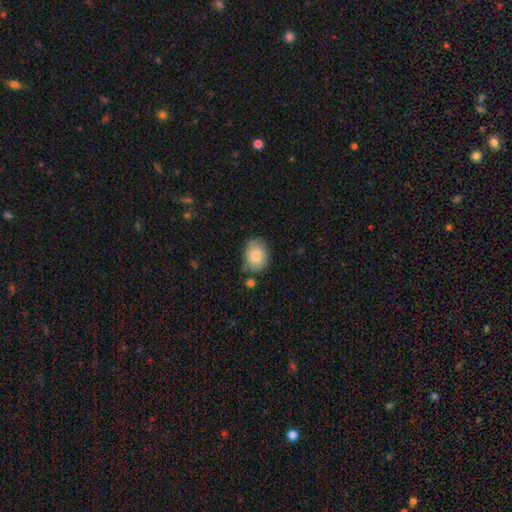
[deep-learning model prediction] smooth 83%, featured or disk 10%, star or artifact 7%. Down the decision tree: how rounded — in between (66%); merging — none (71%).